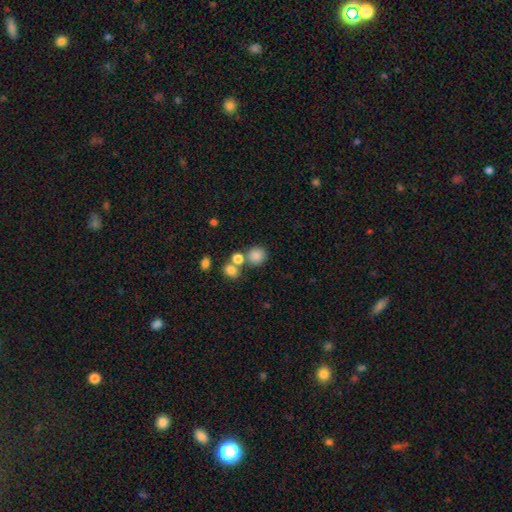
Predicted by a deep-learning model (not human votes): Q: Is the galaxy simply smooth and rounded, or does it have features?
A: smooth — 82%.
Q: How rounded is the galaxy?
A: round — 83%.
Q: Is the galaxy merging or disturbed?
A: none — 59%.